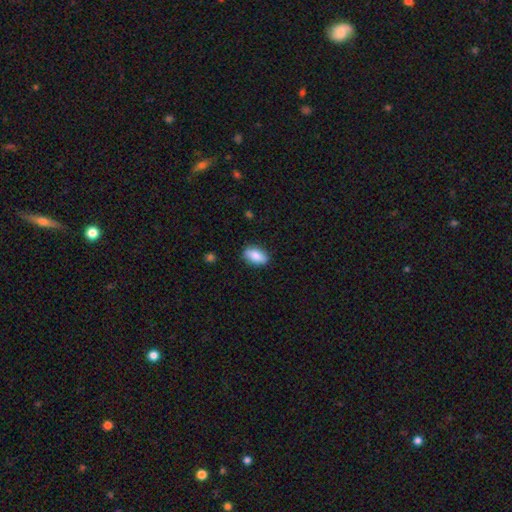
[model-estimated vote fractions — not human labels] A smooth galaxy with no disk features (82%) that is in between round and cigar-shaped (89%). Merging: none (86%).